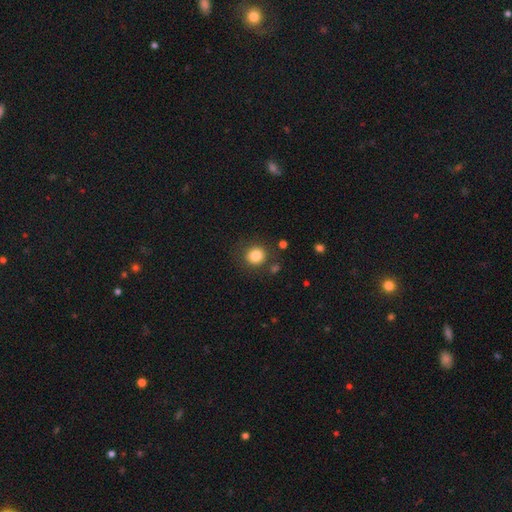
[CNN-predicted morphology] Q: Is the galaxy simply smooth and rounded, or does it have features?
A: smooth — 83%.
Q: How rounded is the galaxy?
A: round — 90%.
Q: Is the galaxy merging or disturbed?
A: none — 84%.